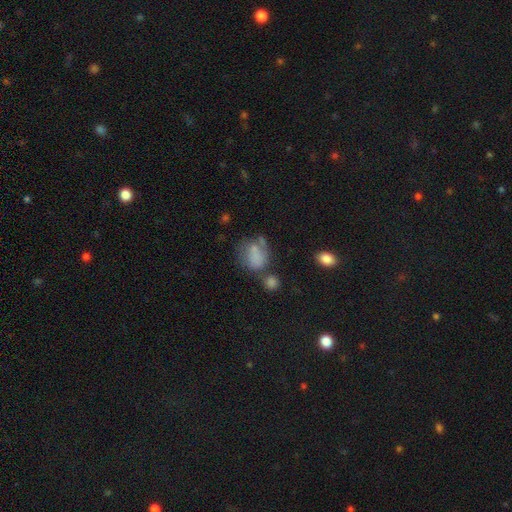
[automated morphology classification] A smooth galaxy with no disk features (70%) that is in between round and cigar-shaped (57%).

Vote fractions:
- Smooth or featured? smooth: 70% / featured or disk: 18% / star or artifact: 12%
- How rounded? in between: 57% / round: 41% / cigar-shaped: 2%
- Merging? none: 34% / merger: 25% / minor disturbance: 22% / major disturbance: 19%